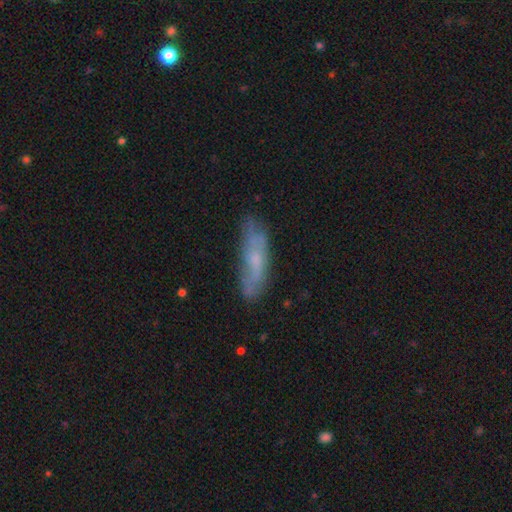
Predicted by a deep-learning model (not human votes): A smooth galaxy with no disk features (46%).

Vote fractions:
- Smooth or featured? smooth: 46% / featured or disk: 45% / star or artifact: 9%
- Merging? none: 70% / minor disturbance: 22% / major disturbance: 6% / merger: 2%